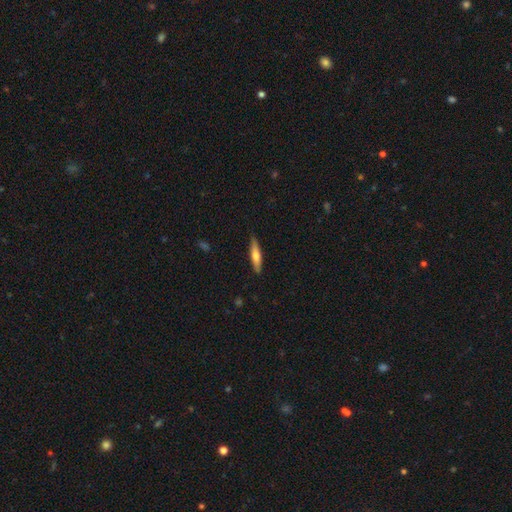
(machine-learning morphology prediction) This is possibly a smooth galaxy (59%). How rounded: clearly cigar-shaped (83%). Merging: clearly none (88%).